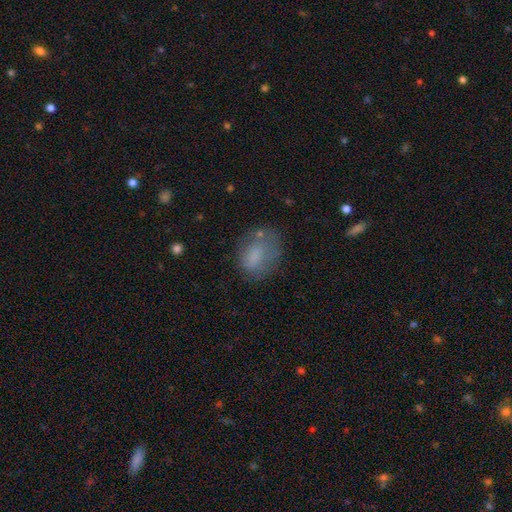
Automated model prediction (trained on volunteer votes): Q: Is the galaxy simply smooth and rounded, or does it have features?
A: smooth — 72%.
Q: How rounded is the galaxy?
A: in between — 74%.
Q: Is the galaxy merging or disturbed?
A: none — 51%.